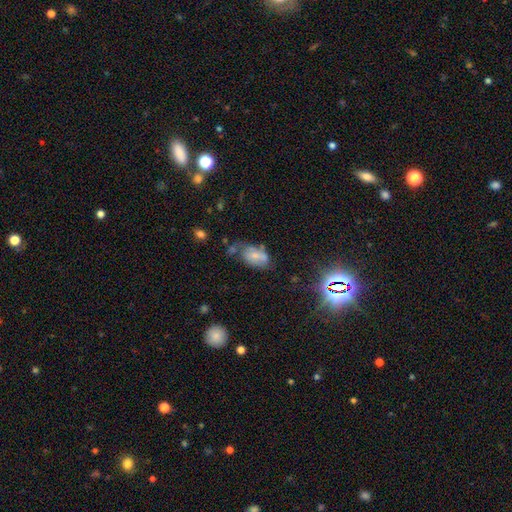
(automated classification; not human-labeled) smooth 61%, featured or disk 28%, star or artifact 11%. Down the decision tree: how rounded — in between (91%); merging — none (42%).